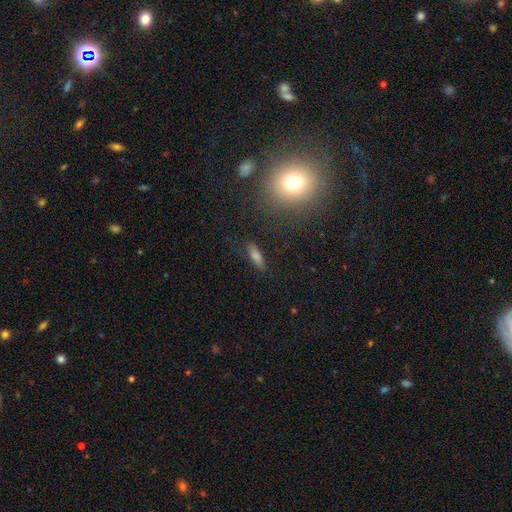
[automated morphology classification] The model was most divided on "how rounded": cigar-shaped: 55%, in between: 38%, round: 7%. More confident: merging — none (85%); smooth or featured — smooth (68%).